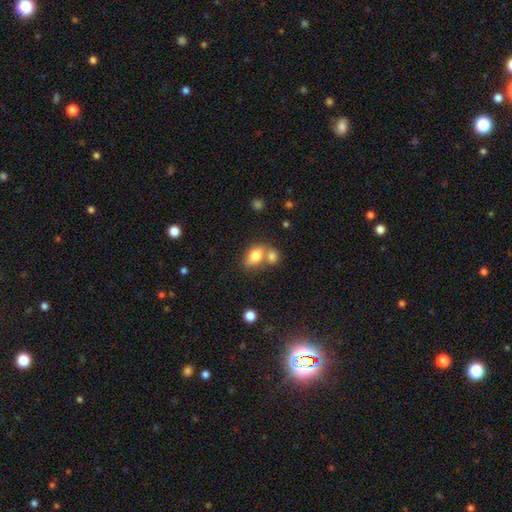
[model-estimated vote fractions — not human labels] A smooth galaxy with no disk features (79%) that is in between round and cigar-shaped (82%).

Vote fractions:
- Smooth or featured? smooth: 79% / featured or disk: 13% / star or artifact: 8%
- How rounded? in between: 82% / round: 16% / cigar-shaped: 2%
- Merging? merger: 51% / none: 34% / minor disturbance: 10% / major disturbance: 4%